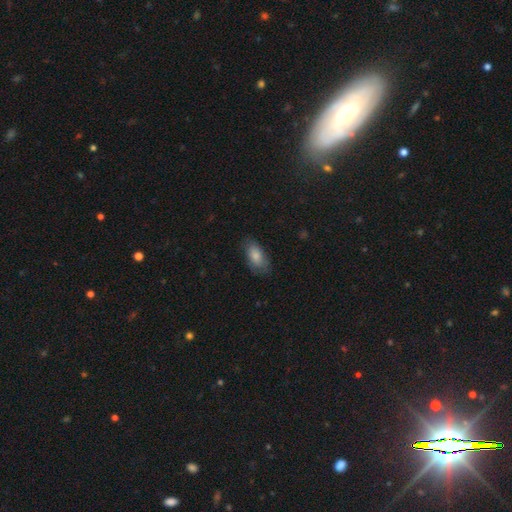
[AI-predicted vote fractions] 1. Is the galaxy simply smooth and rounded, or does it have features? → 82% smooth, 11% featured or disk, 7% star or artifact.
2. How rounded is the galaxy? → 90% in between, 6% cigar-shaped, 4% round.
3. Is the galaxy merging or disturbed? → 76% none, 19% minor disturbance, 5% major disturbance, 1% merger.